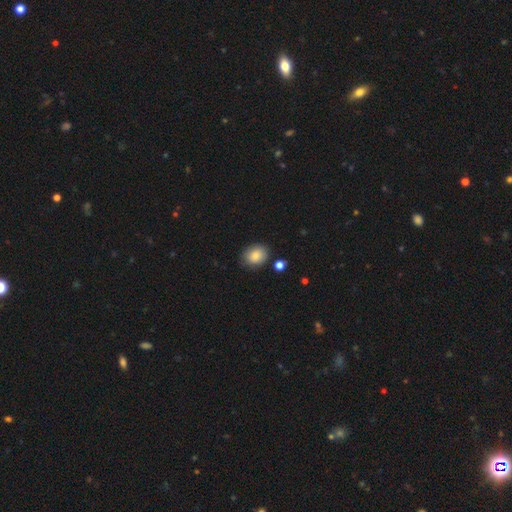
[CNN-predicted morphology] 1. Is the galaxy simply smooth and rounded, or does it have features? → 85% smooth, 8% star or artifact, 7% featured or disk.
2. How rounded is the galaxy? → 51% in between, 48% round, 1% cigar-shaped.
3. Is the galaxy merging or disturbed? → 80% none, 14% minor disturbance, 3% merger, 3% major disturbance.